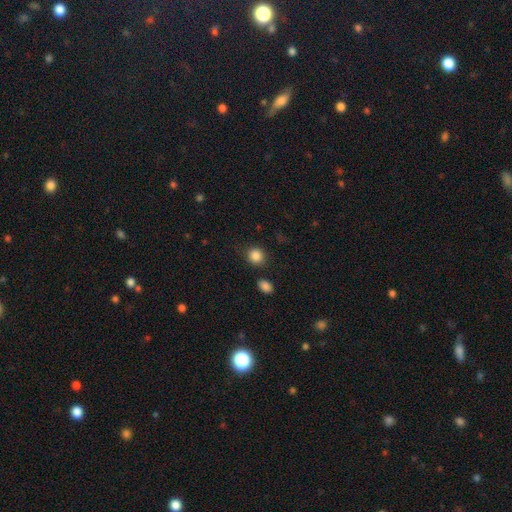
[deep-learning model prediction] A smooth galaxy with no disk features (86%) that is round (83%). Merging: none (83%).